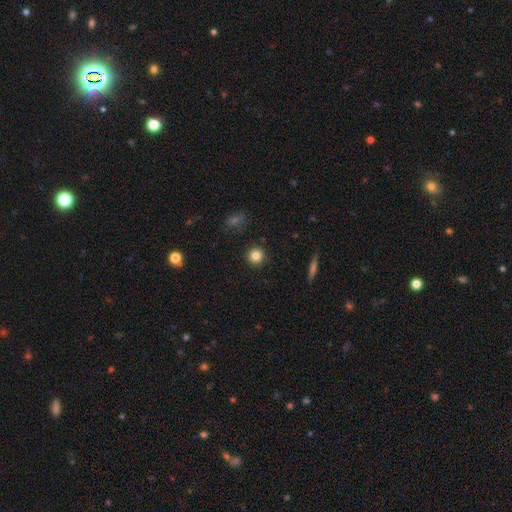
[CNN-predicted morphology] Smooth or featured? Predicted: smooth (p=0.83). How rounded? Predicted: round (p=0.93). Merging? Predicted: none (p=0.91).